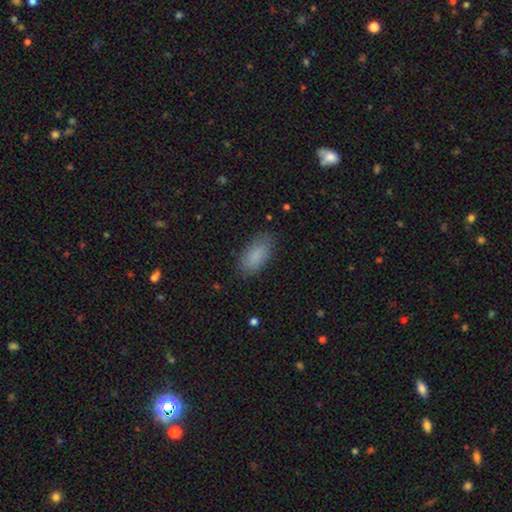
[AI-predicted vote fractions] smooth 86%, star or artifact 7%, featured or disk 7%. Down the decision tree: how rounded — in between (91%); merging — none (82%).